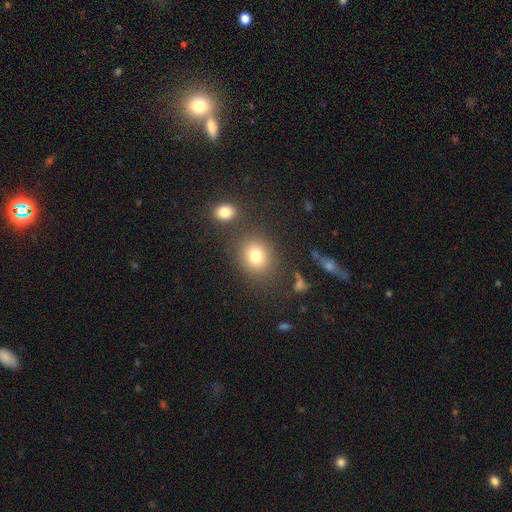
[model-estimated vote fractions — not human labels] Smooth or featured? Predicted: smooth (p=0.78). How rounded? Predicted: round (p=0.73). Merging? Predicted: none (p=0.78).